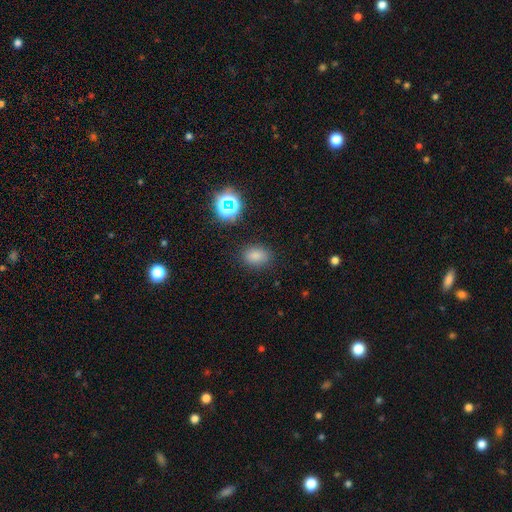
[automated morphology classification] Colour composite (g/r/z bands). It shows a smooth galaxy with no disk features (78%) that is in between round and cigar-shaped (72%). Merging: none (84%).